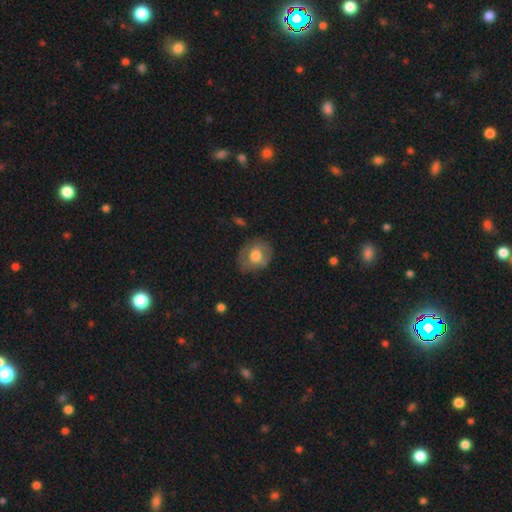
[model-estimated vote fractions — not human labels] smooth_or_featured: smooth (p=0.59) [alt: featured or disk p=0.34]
how_rounded: round (p=0.53) [alt: in between p=0.46]
merging: none (p=0.65) [alt: minor disturbance p=0.24]